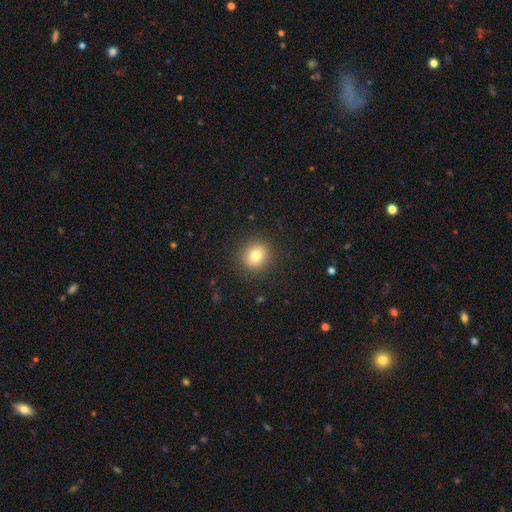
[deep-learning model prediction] Smooth or featured?
  - smooth: 80% *
  - star or artifact: 11%
  - featured or disk: 9%
How rounded?
  - round: 84% *
  - in between: 15%
  - cigar-shaped: 1%
Merging?
  - none: 90% *
  - minor disturbance: 7%
  - major disturbance: 3%
  - merger: 1%